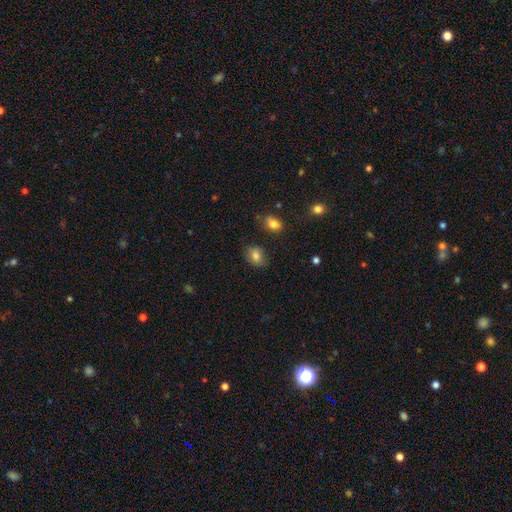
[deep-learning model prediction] Smooth or featured? smooth (81%)
How rounded? in between (66%)
Merging? none (76%)